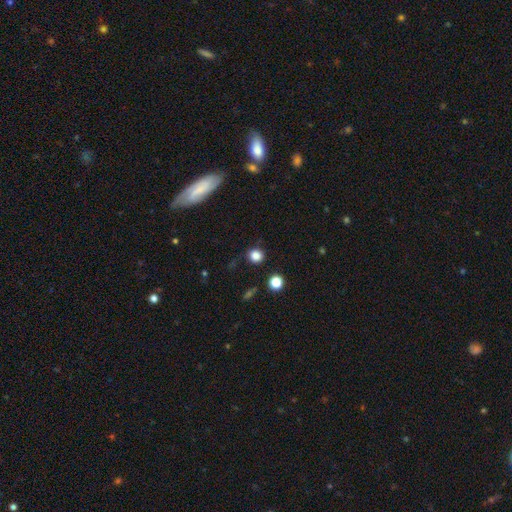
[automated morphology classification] Smooth or featured? Predicted: smooth (p=0.83). How rounded? Predicted: round (p=0.89). Merging? Predicted: none (p=0.86).